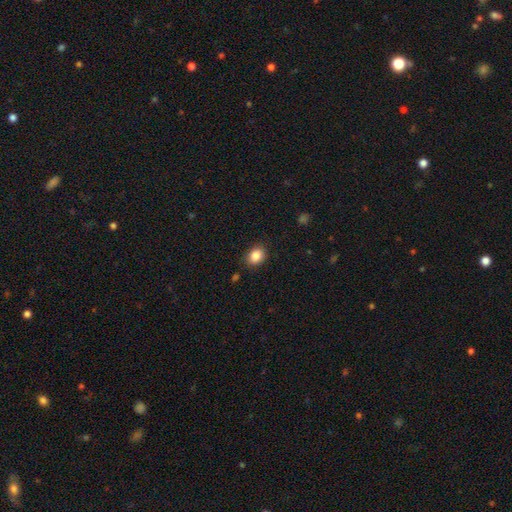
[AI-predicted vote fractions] The model was most divided on "how rounded": in between: 64%, round: 36%, cigar-shaped: 1%. More confident: smooth or featured — smooth (87%); merging — none (86%).